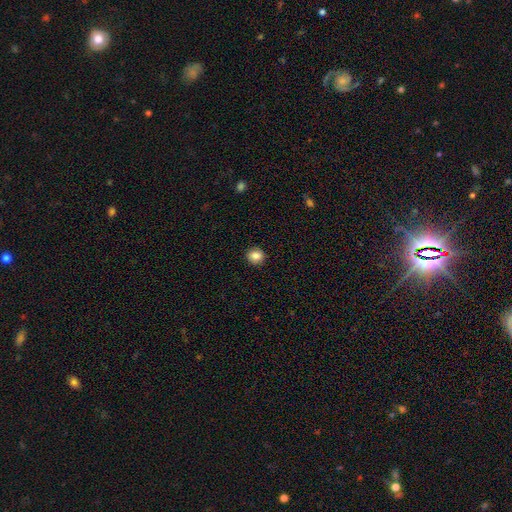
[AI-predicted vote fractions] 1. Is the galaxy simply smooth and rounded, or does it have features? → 84% smooth, 10% star or artifact, 6% featured or disk.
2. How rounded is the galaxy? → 79% round, 20% in between, 1% cigar-shaped.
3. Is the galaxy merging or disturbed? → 90% none, 7% minor disturbance, 2% major disturbance, 1% merger.